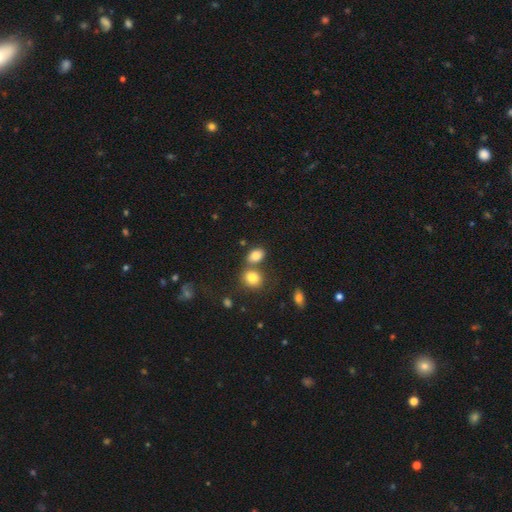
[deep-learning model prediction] Overall: smooth (82%). How rounded: in between (73%). Merging: none (53%; merger 32%).